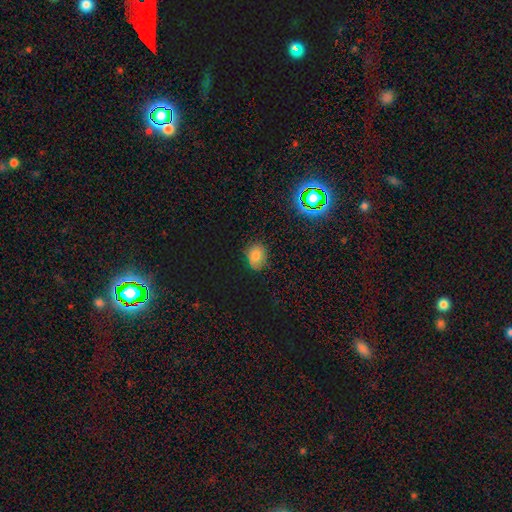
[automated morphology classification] A smooth galaxy with no disk features (74%) that is in between round and cigar-shaped (55%).

Vote fractions:
- Smooth or featured? smooth: 74% / star or artifact: 18% / featured or disk: 8%
- How rounded? in between: 55% / round: 44% / cigar-shaped: 1%
- Merging? none: 78% / minor disturbance: 17% / major disturbance: 4% / merger: 1%